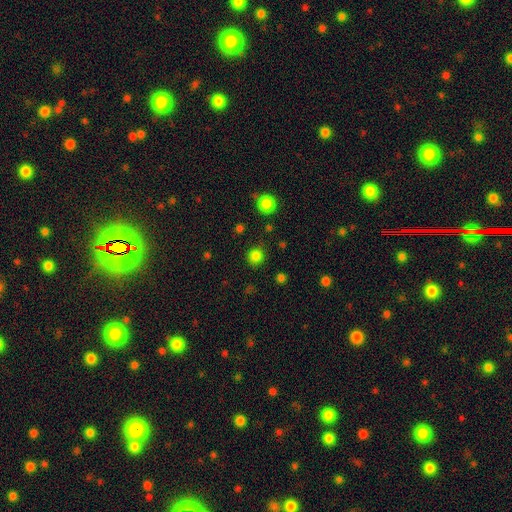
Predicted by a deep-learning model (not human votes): Overall: smooth (82%). How rounded: round (91%). Merging: none (86%).